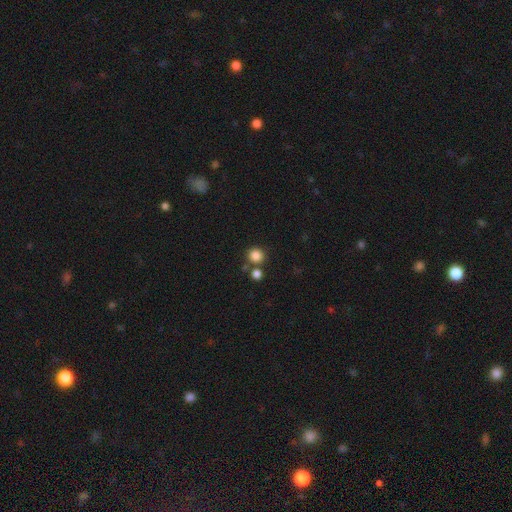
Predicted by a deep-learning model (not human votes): This appears to be a smooth galaxy with no disk features (84%) that is round (91%). Merging: none (72%).